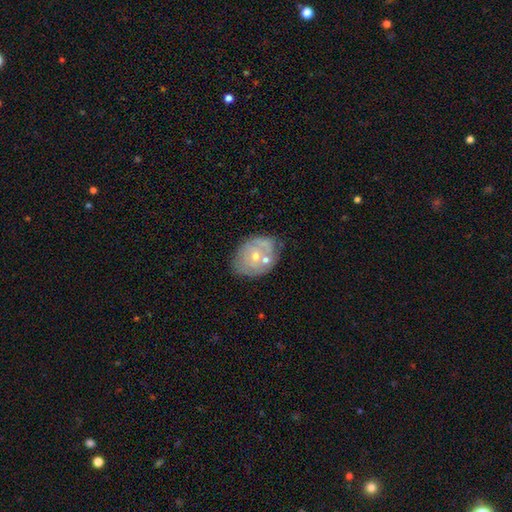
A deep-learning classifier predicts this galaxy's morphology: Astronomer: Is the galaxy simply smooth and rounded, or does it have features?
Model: featured or disk — 59%.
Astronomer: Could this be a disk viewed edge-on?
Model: no — 96%.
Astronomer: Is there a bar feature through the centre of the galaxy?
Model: no — 81%.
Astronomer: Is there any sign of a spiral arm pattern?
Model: no — 53% (runner-up: yes, 47%).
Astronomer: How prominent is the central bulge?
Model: small — 61%.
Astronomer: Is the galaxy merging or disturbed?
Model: none — 59%.